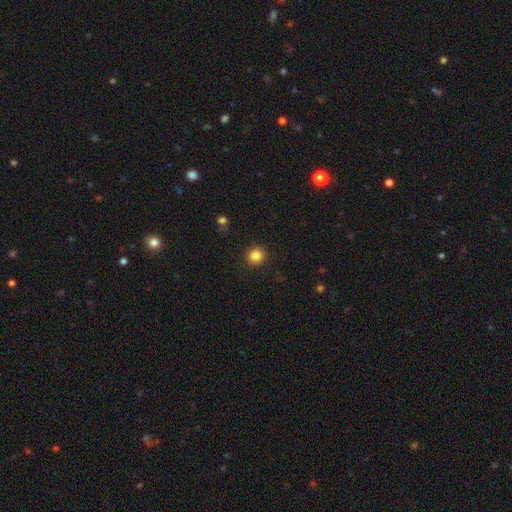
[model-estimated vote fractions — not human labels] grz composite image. It shows a smooth galaxy with no disk features (84%) that is round (86%). Merging: none (91%).